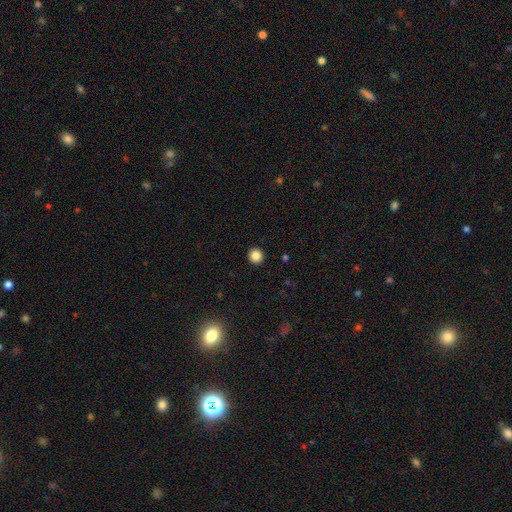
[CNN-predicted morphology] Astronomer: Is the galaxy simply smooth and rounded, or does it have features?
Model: smooth — 86%.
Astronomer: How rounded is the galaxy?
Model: round — 93%.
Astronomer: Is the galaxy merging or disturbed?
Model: none — 93%.